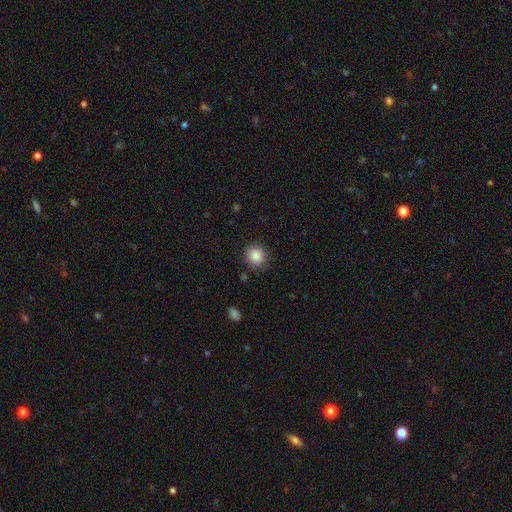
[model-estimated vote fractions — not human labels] This appears to be a smooth galaxy with no disk features (88%) that is round (88%). Merging: none (86%).